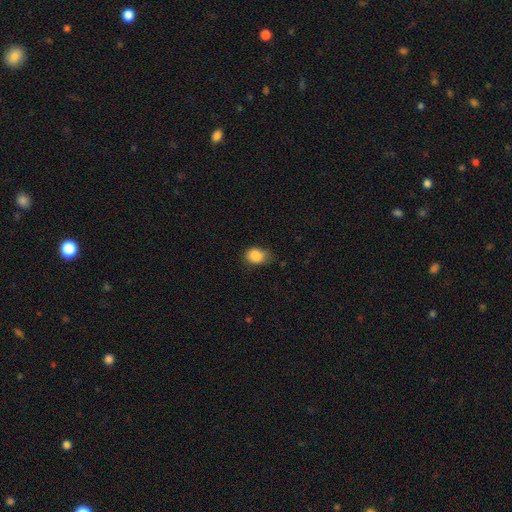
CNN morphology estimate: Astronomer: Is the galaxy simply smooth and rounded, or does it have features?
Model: smooth — 86%.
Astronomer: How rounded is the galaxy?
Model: in between — 66%.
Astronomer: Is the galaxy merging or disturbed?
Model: none — 54% (runner-up: minor disturbance, 35%).